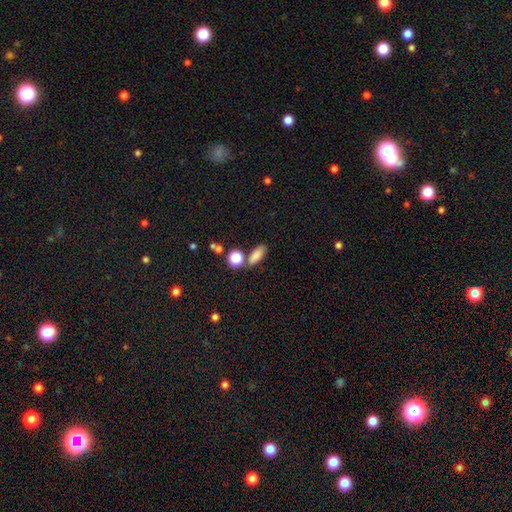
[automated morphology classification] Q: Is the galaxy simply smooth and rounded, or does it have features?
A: smooth — 82%.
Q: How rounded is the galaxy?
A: in between — 73%.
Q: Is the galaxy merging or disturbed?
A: none — 68%.